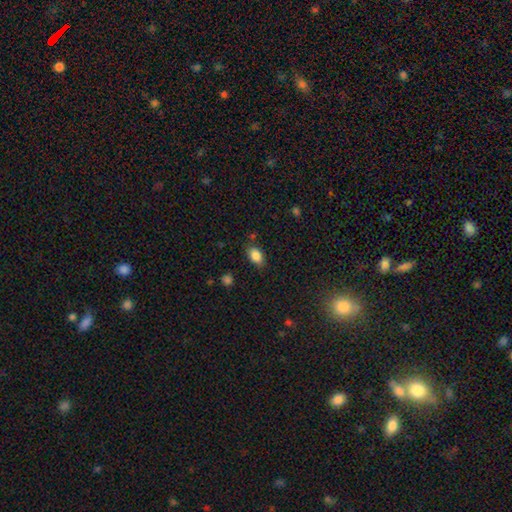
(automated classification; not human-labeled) Smooth or featured: smooth — 86% (star or artifact — 9%)
How rounded: in between — 88% (round — 10%)
Merging: none — 80% (minor disturbance — 14%)